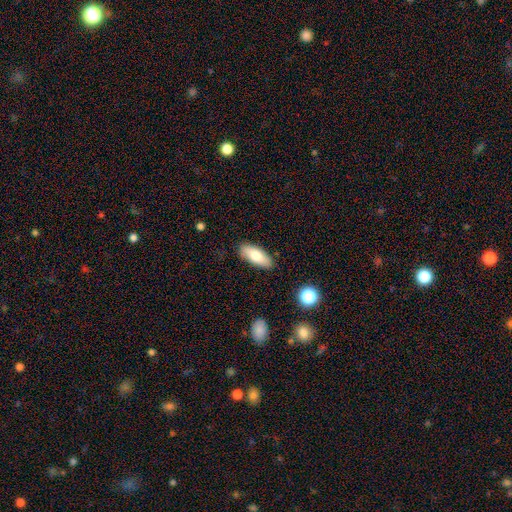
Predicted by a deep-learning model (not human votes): This appears to be a smooth galaxy with no disk features (79%) that is in between round and cigar-shaped (81%). Merging: none (85%).